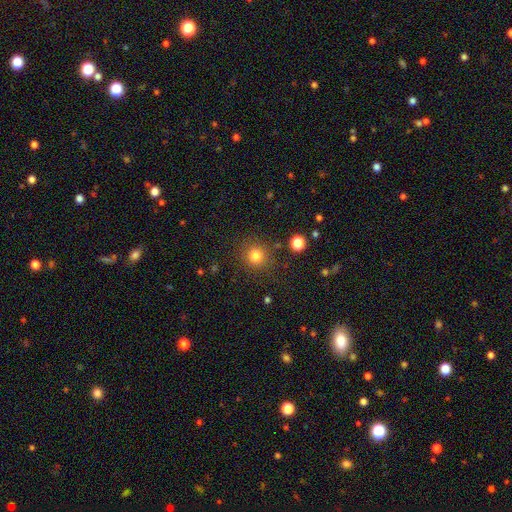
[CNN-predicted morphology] smooth_or_featured: smooth (p=0.81) [alt: star or artifact p=0.14]
how_rounded: round (p=0.92) [alt: in between p=0.07]
merging: none (p=0.85) [alt: minor disturbance p=0.08]